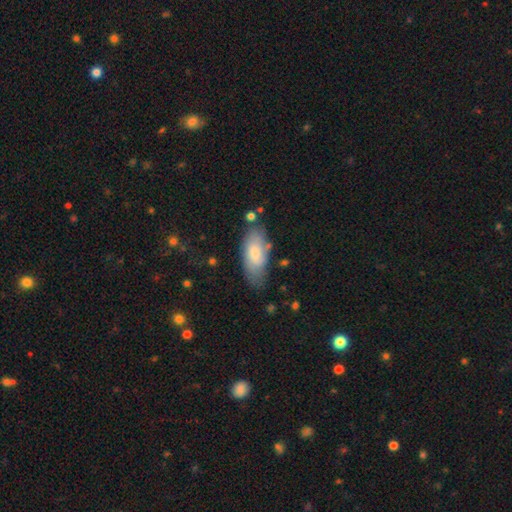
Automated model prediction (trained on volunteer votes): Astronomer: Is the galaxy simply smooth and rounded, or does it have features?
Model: smooth — 72%.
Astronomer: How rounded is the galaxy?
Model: in between — 84%.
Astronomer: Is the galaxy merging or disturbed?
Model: none — 70%.